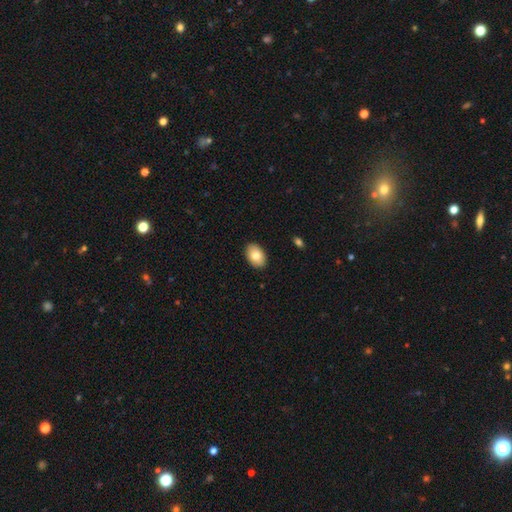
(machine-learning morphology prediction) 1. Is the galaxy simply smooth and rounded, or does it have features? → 79% smooth, 15% featured or disk, 7% star or artifact.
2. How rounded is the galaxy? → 88% in between, 11% round, 1% cigar-shaped.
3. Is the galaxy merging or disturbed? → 90% none, 7% minor disturbance, 2% major disturbance, 1% merger.